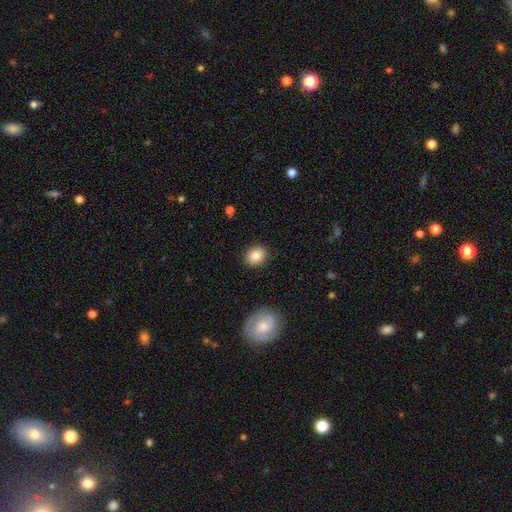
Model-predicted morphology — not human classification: Q: Smooth or featured?
A: smooth (84%); runner-up: star or artifact (8%)
Q: How rounded?
A: round (70%); runner-up: in between (29%)
Q: Merging?
A: none (89%); runner-up: minor disturbance (8%)